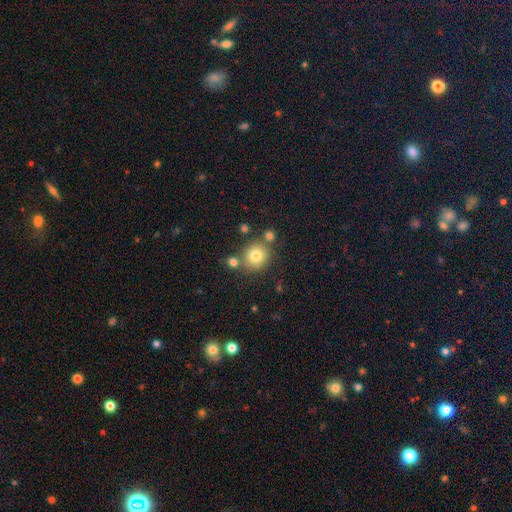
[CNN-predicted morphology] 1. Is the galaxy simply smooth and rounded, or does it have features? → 78% smooth, 12% star or artifact, 10% featured or disk.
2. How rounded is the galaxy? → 85% round, 14% in between, 1% cigar-shaped.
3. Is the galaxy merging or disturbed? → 72% none, 14% merger, 10% minor disturbance, 3% major disturbance.